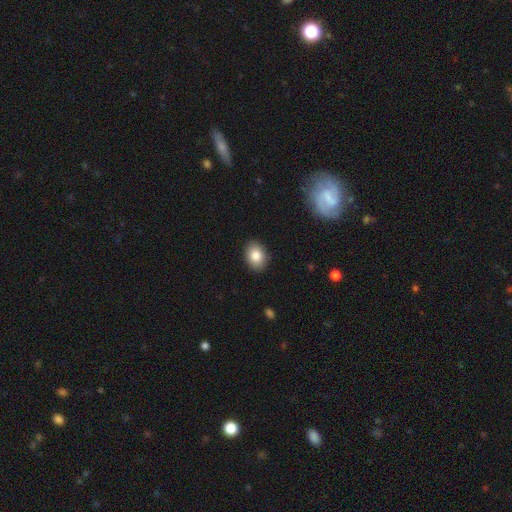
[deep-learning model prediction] Smooth or featured? Predicted: smooth (p=0.84). How rounded? Predicted: in between (p=0.75). Merging? Predicted: none (p=0.89).